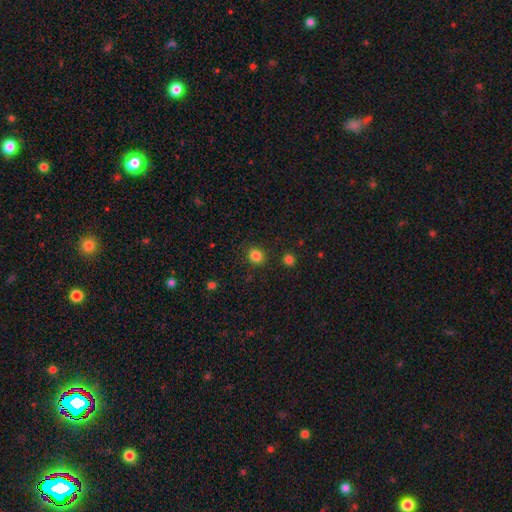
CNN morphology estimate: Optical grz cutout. It shows a smooth galaxy with no disk features (84%) that is round (69%). Merging: none (87%).